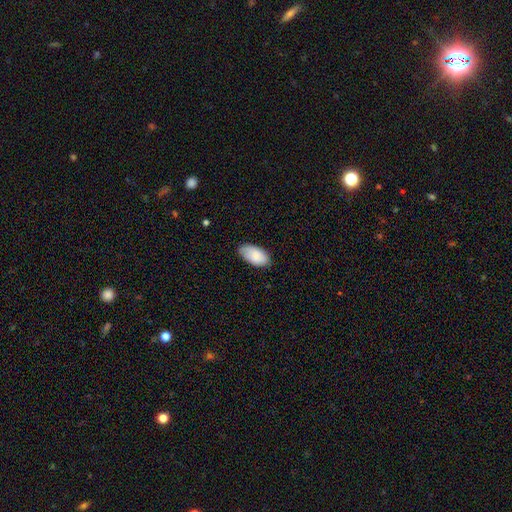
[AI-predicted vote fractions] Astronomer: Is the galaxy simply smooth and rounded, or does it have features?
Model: smooth — 81%.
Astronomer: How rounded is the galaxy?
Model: in between — 95%.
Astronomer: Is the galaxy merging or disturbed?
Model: none — 73%.